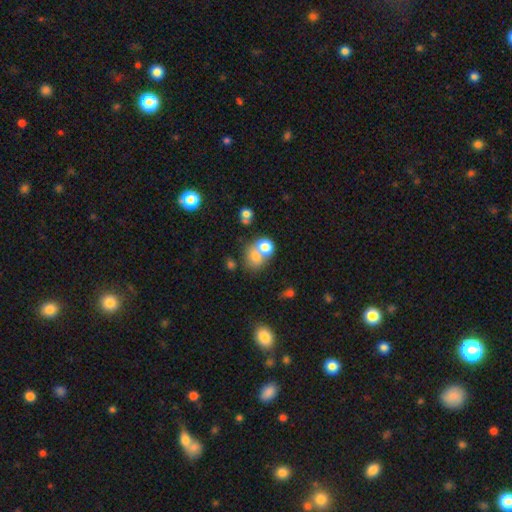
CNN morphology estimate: This is likely a smooth galaxy (73%). How rounded: likely round (62%). Merging: possibly merger (56%).